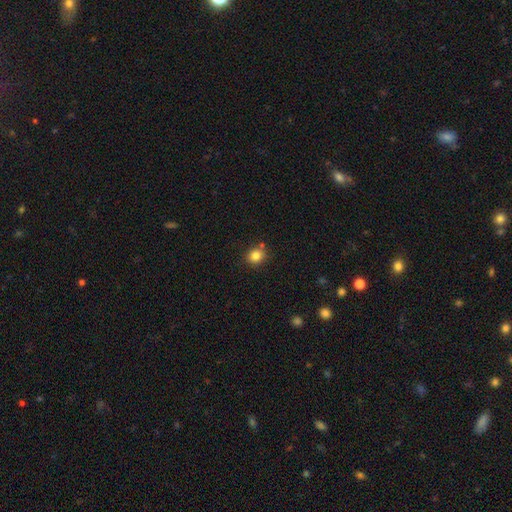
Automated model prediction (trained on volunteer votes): Smooth or featured? Predicted: smooth (p=0.82). How rounded? Predicted: round (p=0.79). Merging? Predicted: none (p=0.78).